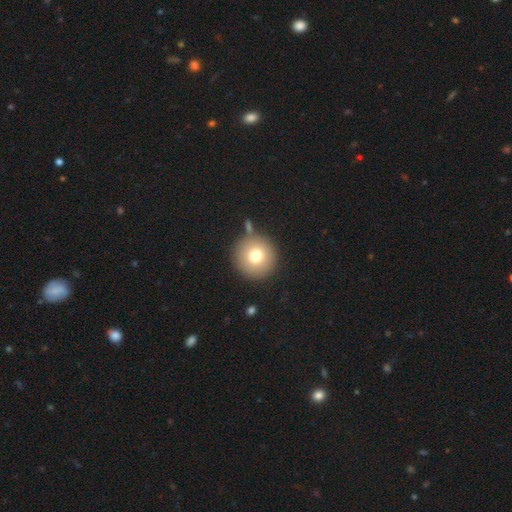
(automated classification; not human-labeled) Smooth or featured: smooth — 74% (featured or disk — 15%)
How rounded: round — 95% (in between — 4%)
Merging: none — 82% (minor disturbance — 8%)